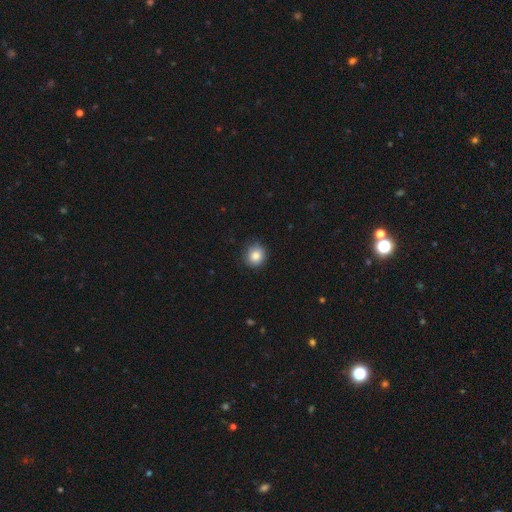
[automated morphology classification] Smooth or featured? smooth (84%)
How rounded? round (85%)
Merging? none (86%)